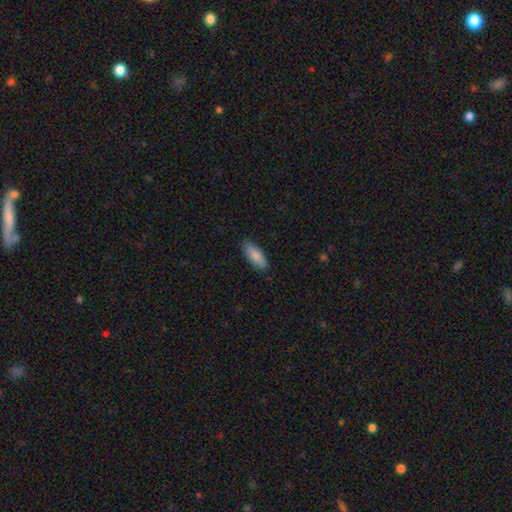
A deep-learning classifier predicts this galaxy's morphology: smooth_or_featured: smooth (p=0.87) [alt: featured or disk p=0.08]
how_rounded: in between (p=0.75) [alt: cigar-shaped p=0.24]
merging: none (p=0.86) [alt: minor disturbance p=0.11]